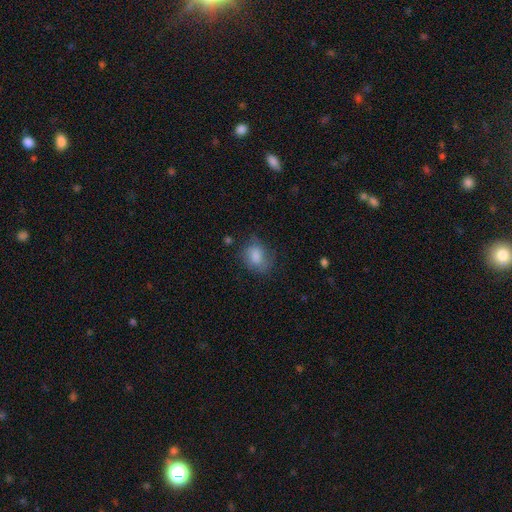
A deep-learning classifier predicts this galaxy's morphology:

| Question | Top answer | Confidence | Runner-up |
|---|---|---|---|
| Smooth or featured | smooth | 76% | featured or disk (14%) |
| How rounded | in between | 54% | round (45%) |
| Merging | none | 63% | minor disturbance (25%) |